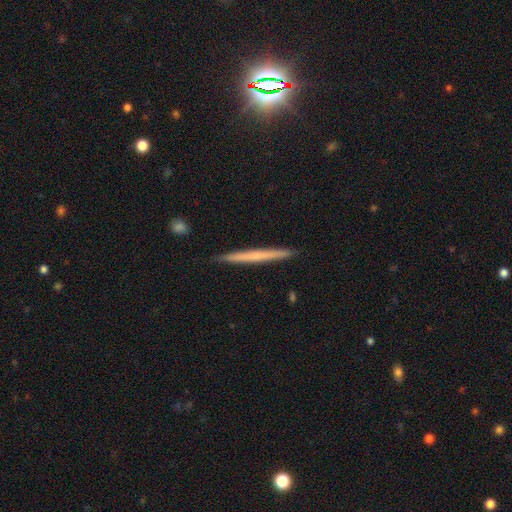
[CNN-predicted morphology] Smooth or featured? smooth (49%)
Merging? none (91%)